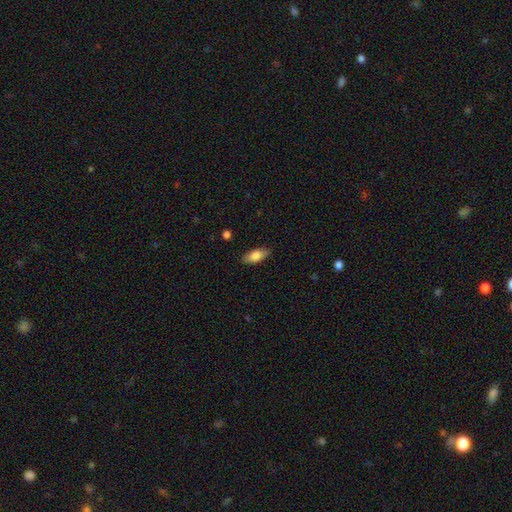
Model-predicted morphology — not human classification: Smooth or featured: smooth — 81% (featured or disk — 13%)
How rounded: in between — 85% (cigar-shaped — 12%)
Merging: none — 87% (minor disturbance — 10%)